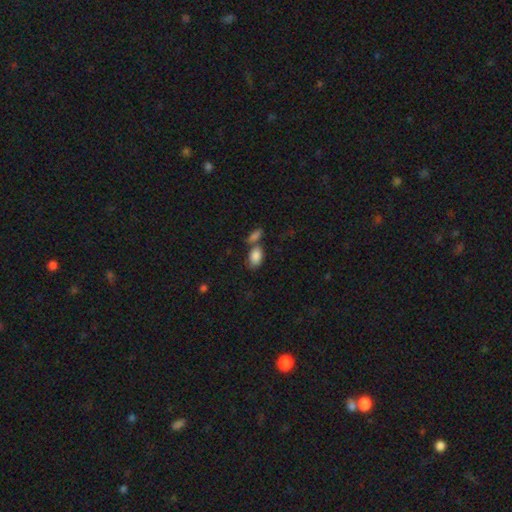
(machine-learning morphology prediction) The model was most divided on "merging": none: 42%, merger: 40%, minor disturbance: 12%, major disturbance: 5%. More confident: how rounded — in between (89%); smooth or featured — smooth (86%).